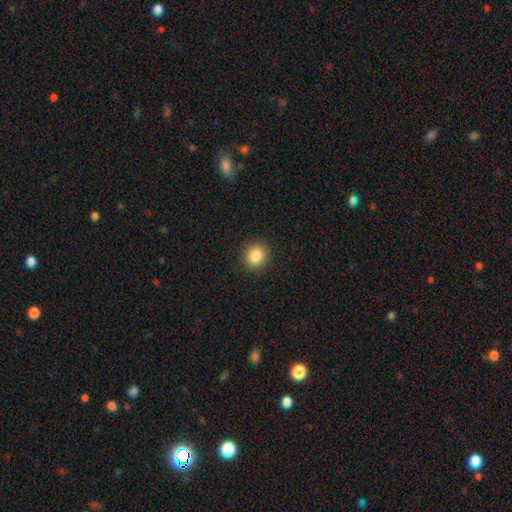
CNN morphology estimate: smooth_or_featured: smooth (p=0.85) [alt: star or artifact p=0.10]
how_rounded: round (p=0.86) [alt: in between p=0.13]
merging: none (p=0.92) [alt: minor disturbance p=0.05]